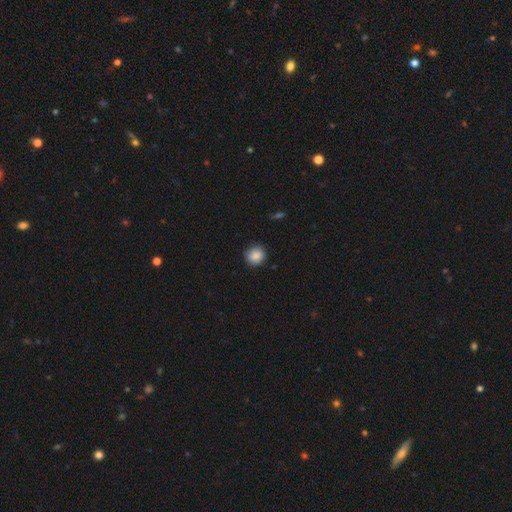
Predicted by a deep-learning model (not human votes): Q: Smooth or featured?
A: smooth (87%); runner-up: star or artifact (9%)
Q: How rounded?
A: round (88%); runner-up: in between (11%)
Q: Merging?
A: none (87%); runner-up: minor disturbance (10%)